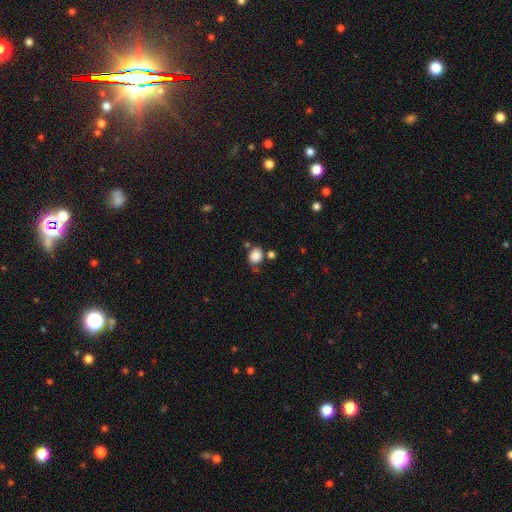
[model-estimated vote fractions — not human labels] Overall: smooth (86%). How rounded: round (56%; in between 43%). Merging: none (67%).